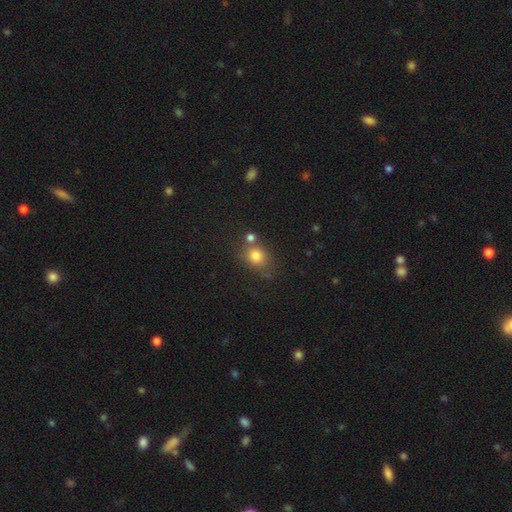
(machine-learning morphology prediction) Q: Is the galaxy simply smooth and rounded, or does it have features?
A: smooth — 80%.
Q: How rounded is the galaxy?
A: round — 63%.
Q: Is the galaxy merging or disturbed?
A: none — 59%.